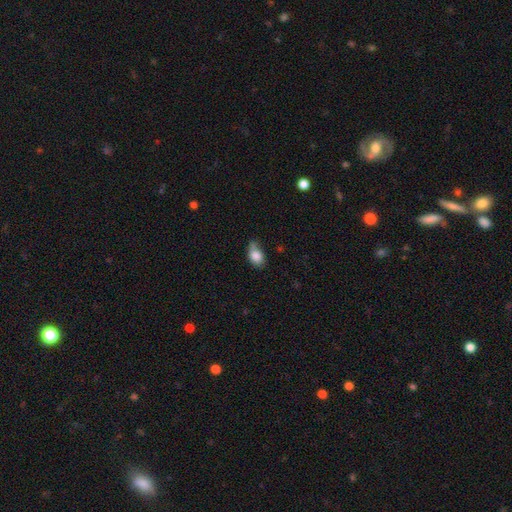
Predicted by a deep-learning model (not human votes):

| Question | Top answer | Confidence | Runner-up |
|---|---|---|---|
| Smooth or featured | smooth | 82% | featured or disk (10%) |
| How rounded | in between | 77% | round (21%) |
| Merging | none | 44% | minor disturbance (35%) |